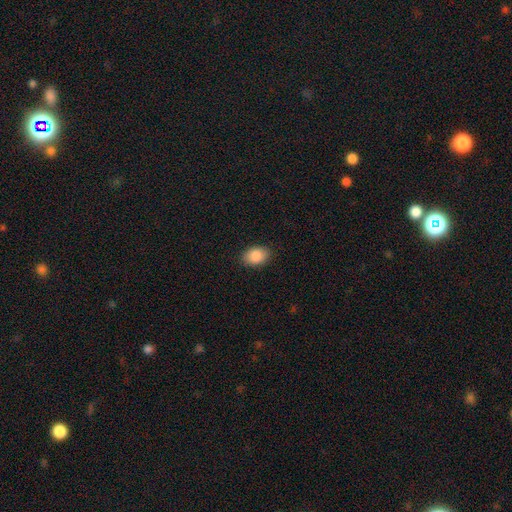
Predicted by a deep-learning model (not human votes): smooth_or_featured: smooth (p=0.89) [alt: star or artifact p=0.07]
how_rounded: in between (p=0.79) [alt: round p=0.19]
merging: none (p=0.88) [alt: minor disturbance p=0.09]